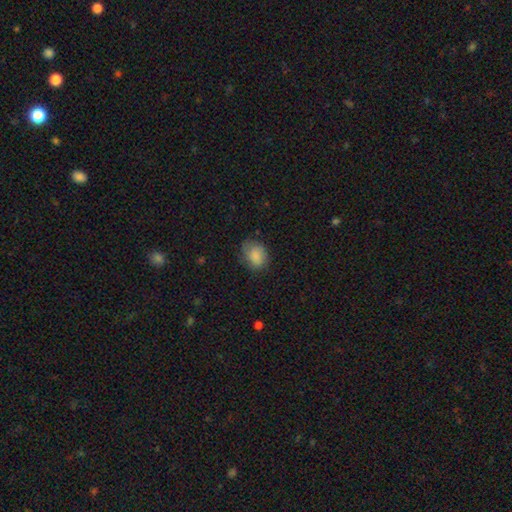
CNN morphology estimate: This is clearly a smooth galaxy (81%). How rounded: possibly in between (59%). Merging: likely none (66%).